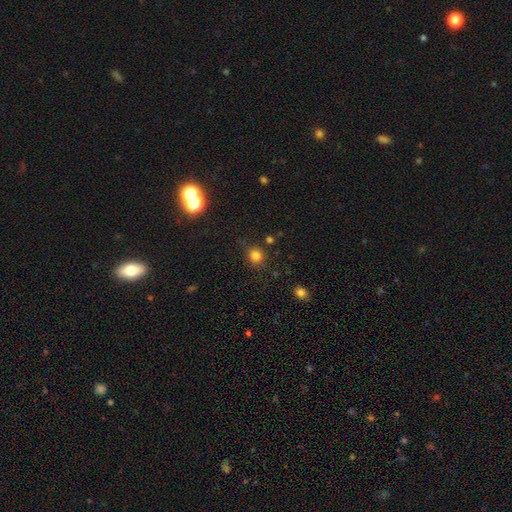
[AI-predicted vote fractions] Q: Smooth or featured?
A: smooth (81%); runner-up: star or artifact (14%)
Q: How rounded?
A: round (88%); runner-up: in between (11%)
Q: Merging?
A: none (82%); runner-up: minor disturbance (11%)